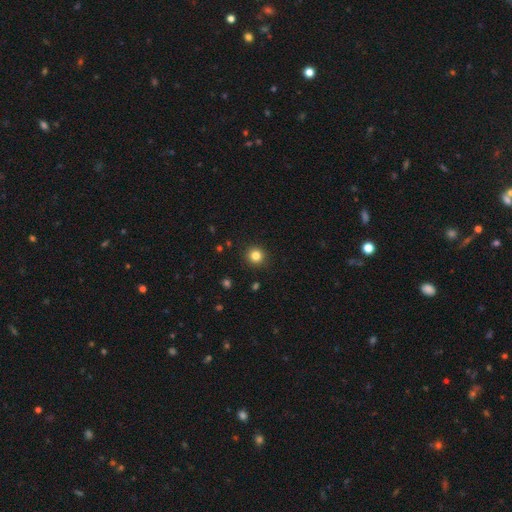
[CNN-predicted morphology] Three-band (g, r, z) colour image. It shows a smooth galaxy with no disk features (83%) that is round (94%). Merging: none (92%).